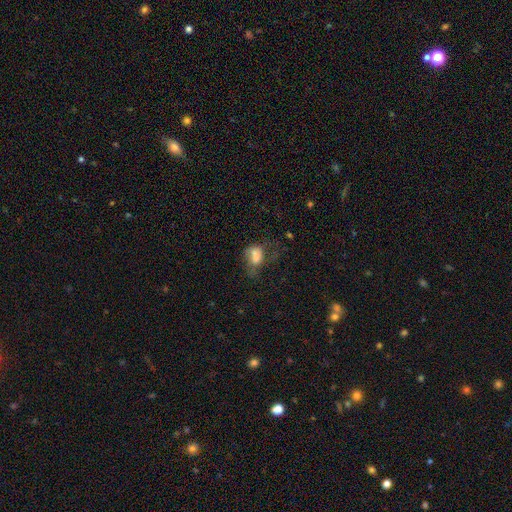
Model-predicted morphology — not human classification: Smooth or featured? smooth (63%)
How rounded? in between (74%)
Merging? major disturbance (41%)